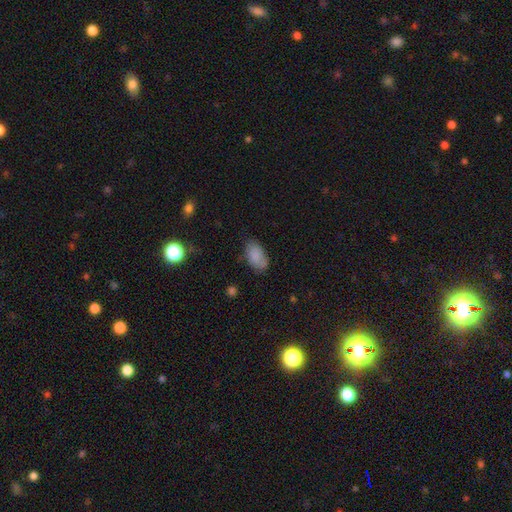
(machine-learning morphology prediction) Smooth or featured? Predicted: smooth (p=0.84). How rounded? Predicted: in between (p=0.94). Merging? Predicted: none (p=0.71).